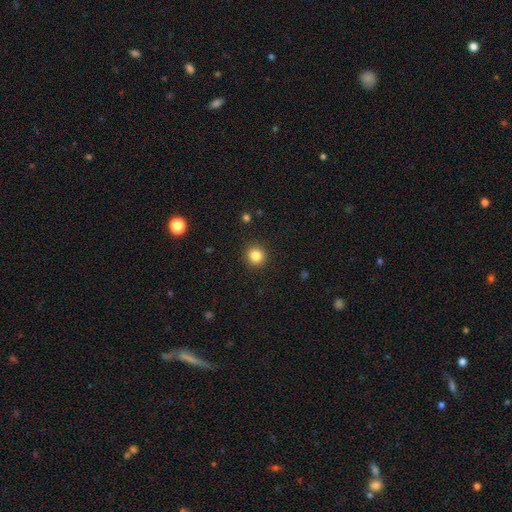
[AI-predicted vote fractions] Overall: smooth (84%). How rounded: round (94%). Merging: none (92%).